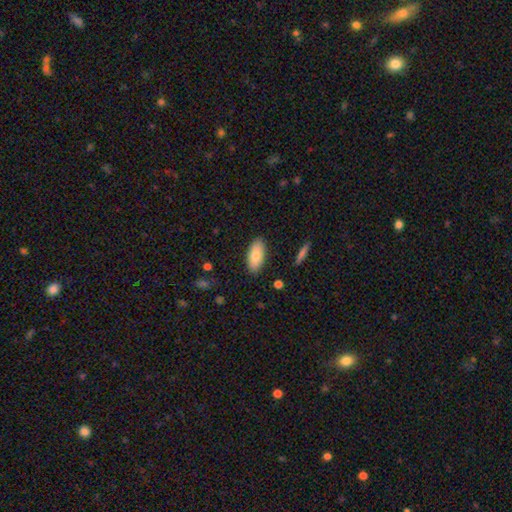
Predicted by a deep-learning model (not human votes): Q: Smooth or featured?
A: smooth (81%); runner-up: featured or disk (13%)
Q: How rounded?
A: in between (90%); runner-up: cigar-shaped (8%)
Q: Merging?
A: none (87%); runner-up: minor disturbance (9%)